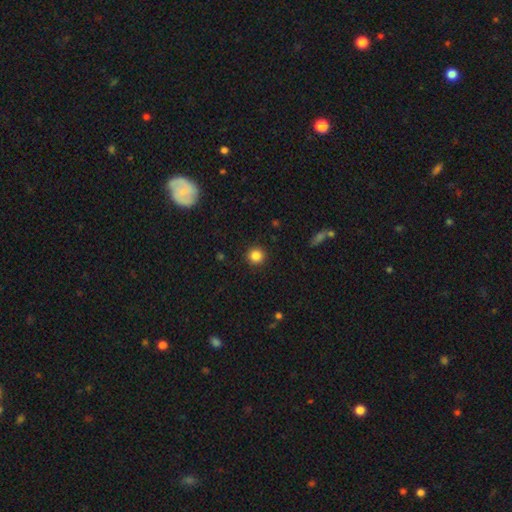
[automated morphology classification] This appears to be a smooth galaxy with no disk features (85%) that is round (94%). Merging: none (92%).